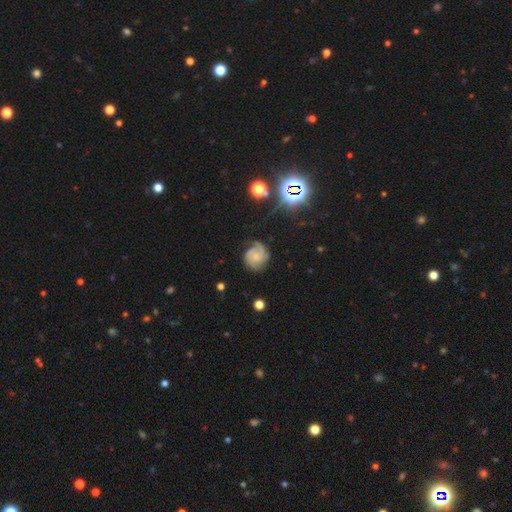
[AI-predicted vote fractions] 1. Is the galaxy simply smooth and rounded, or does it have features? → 67% featured or disk, 23% smooth, 10% star or artifact.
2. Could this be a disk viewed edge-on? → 98% no, 2% yes.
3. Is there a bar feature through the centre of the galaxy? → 68% no, 27% weak, 5% strong.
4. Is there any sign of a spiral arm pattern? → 92% yes, 8% no.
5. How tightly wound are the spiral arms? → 47% tight, 38% medium, 14% loose.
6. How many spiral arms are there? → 49% 2, 18% can't tell, 15% 3, 12% 1, 3% 4, 3% more than 4.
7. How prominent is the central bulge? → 39% small (tied), 39% none (tied), 17% moderate, 3% large, 2% dominant.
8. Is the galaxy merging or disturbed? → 64% none, 21% minor disturbance, 13% major disturbance, 2% merger.